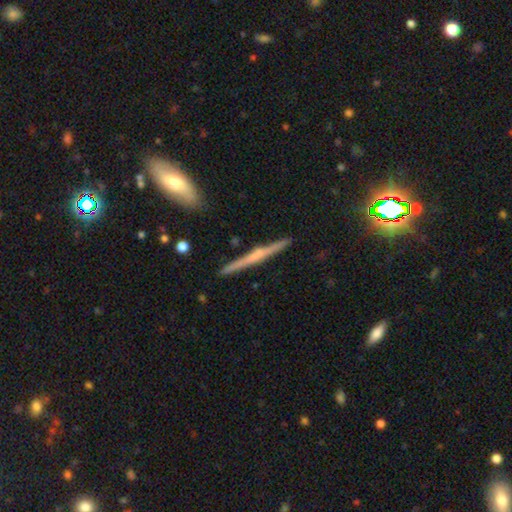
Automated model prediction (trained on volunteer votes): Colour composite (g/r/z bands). It shows a featured or disk galaxy (65%) viewed edge-on (98%) with a rounded central bulge (50%). Merging: none (91%).